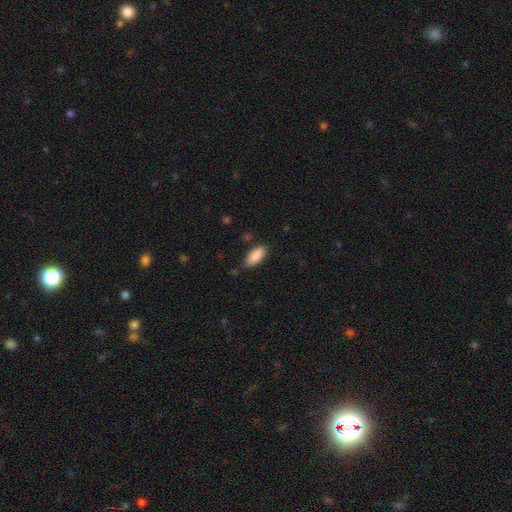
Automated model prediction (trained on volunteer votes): A smooth galaxy with no disk features (88%) that is in between round and cigar-shaped (83%).

Vote fractions:
- Smooth or featured? smooth: 88% / star or artifact: 6% / featured or disk: 5%
- How rounded? in between: 83% / cigar-shaped: 16% / round: 2%
- Merging? none: 83% / minor disturbance: 12% / major disturbance: 3% / merger: 2%